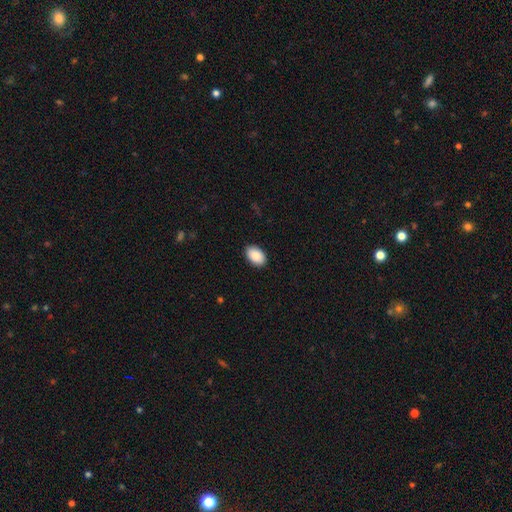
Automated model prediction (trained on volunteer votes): A smooth galaxy with no disk features (89%) that is in between round and cigar-shaped (91%).

Vote fractions:
- Smooth or featured? smooth: 89% / star or artifact: 6% / featured or disk: 4%
- How rounded? in between: 91% / round: 8% / cigar-shaped: 1%
- Merging? none: 89% / minor disturbance: 8% / major disturbance: 2% / merger: 1%